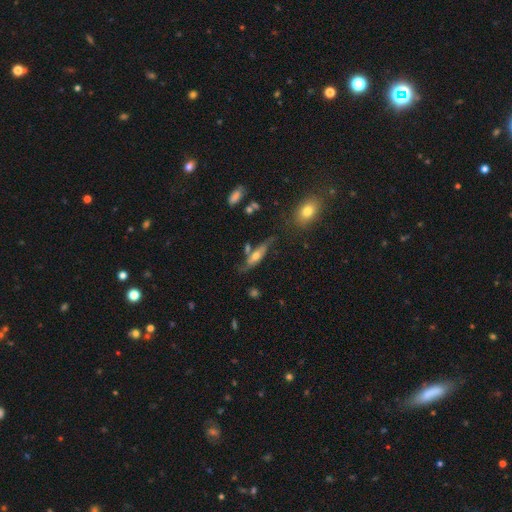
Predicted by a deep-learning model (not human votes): Smooth or featured? Predicted: featured or disk (p=0.49). Merging? Predicted: none (p=0.53).